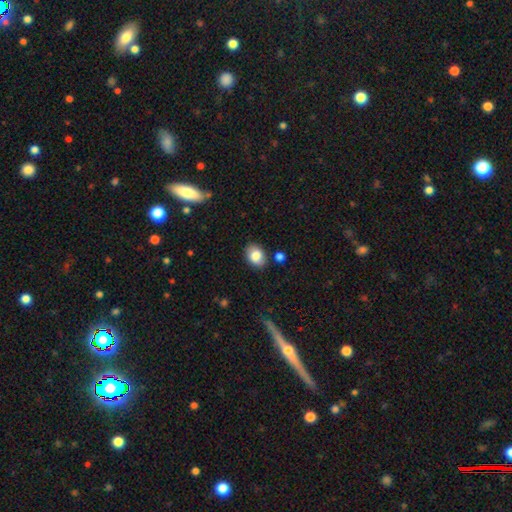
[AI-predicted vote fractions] Smooth or featured?
  - smooth: 82% *
  - featured or disk: 10%
  - star or artifact: 8%
How rounded?
  - in between: 75% *
  - round: 24%
  - cigar-shaped: 1%
Merging?
  - none: 84% *
  - minor disturbance: 10%
  - merger: 3%
  - major disturbance: 2%